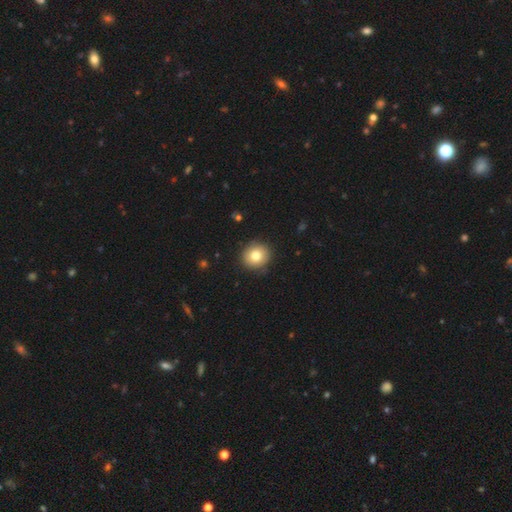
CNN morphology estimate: Smooth or featured? smooth (79%)
How rounded? round (86%)
Merging? none (90%)